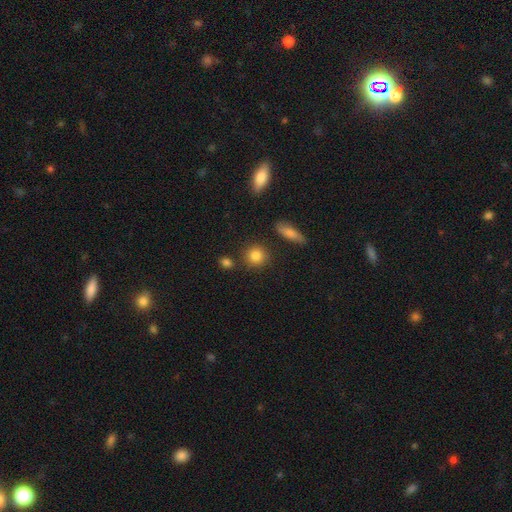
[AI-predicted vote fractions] A smooth galaxy with no disk features (84%) that is round (86%). Merging: none (82%).